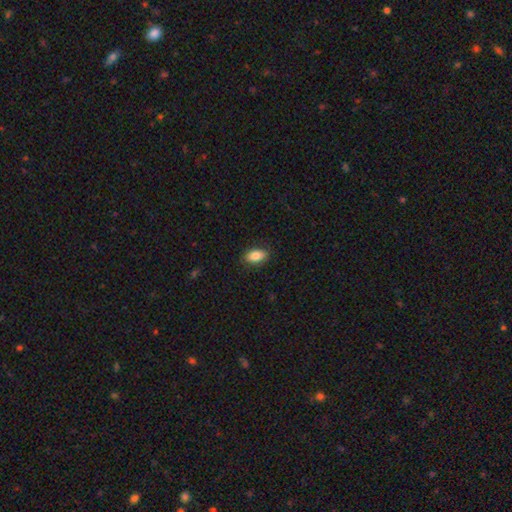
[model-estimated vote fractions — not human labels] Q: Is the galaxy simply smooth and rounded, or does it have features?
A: smooth — 83%.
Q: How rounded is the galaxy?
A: in between — 90%.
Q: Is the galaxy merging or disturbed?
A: none — 86%.